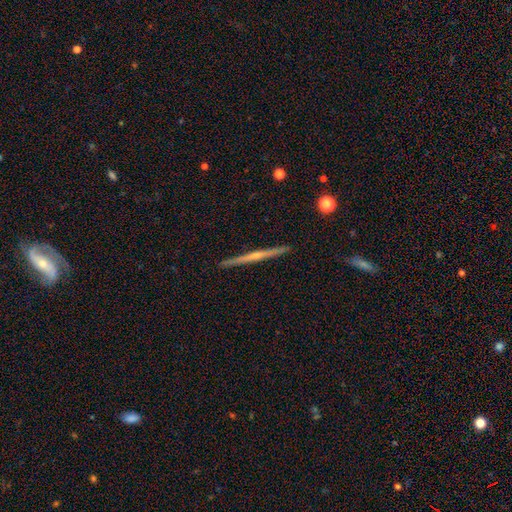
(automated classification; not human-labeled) A featured or disk galaxy (78%) viewed edge-on (98%) with a rounded central bulge (69%). Merging: none (92%).